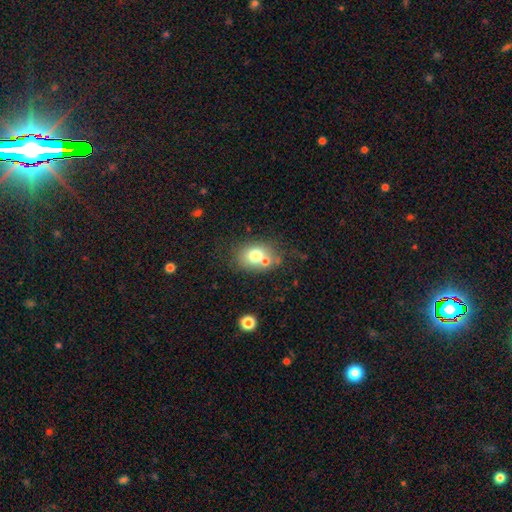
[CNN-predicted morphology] type=smooth (71%); roundness=in between (56%); merging=none (51%).